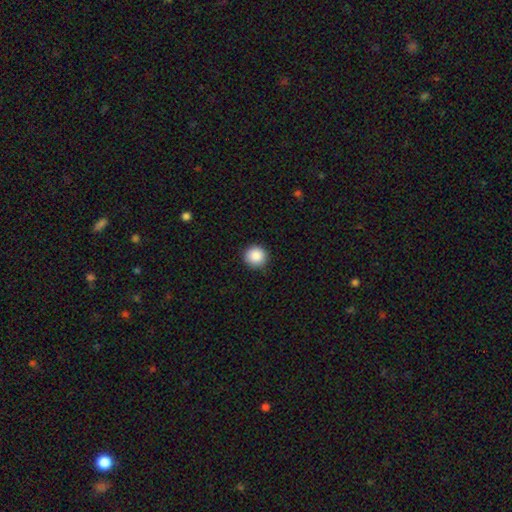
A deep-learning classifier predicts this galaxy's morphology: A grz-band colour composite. It shows a smooth galaxy with no disk features (88%) that is round (94%). Merging: none (89%).